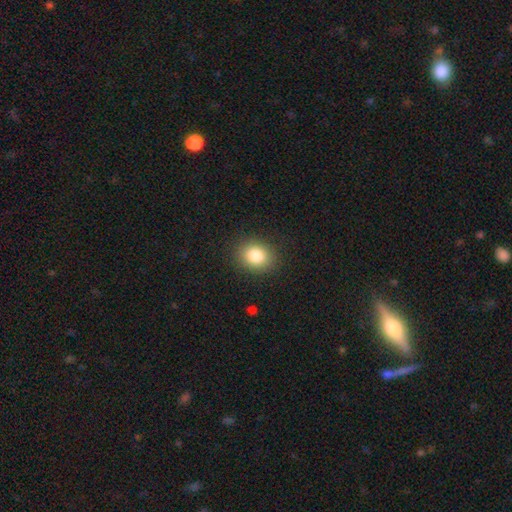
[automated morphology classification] Overall: smooth (83%). How rounded: round (60%; in between 39%). Merging: none (88%).